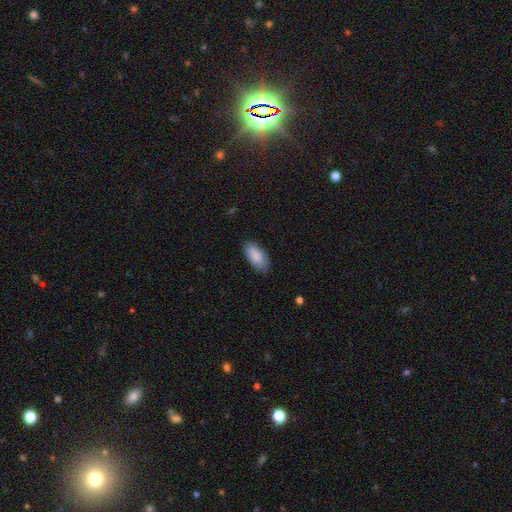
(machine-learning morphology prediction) Smooth or featured: smooth — 87% (featured or disk — 7%)
How rounded: in between — 92% (cigar-shaped — 6%)
Merging: none — 81% (minor disturbance — 15%)